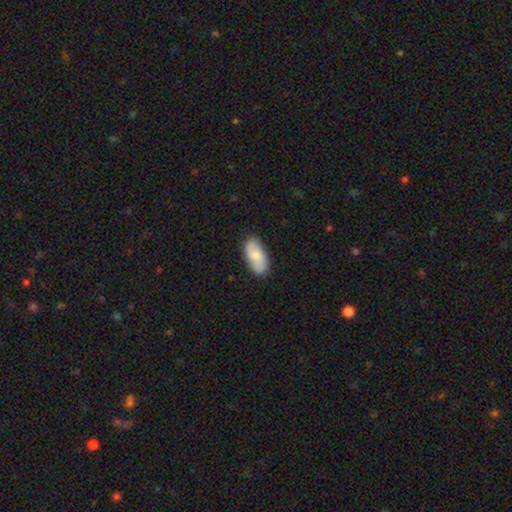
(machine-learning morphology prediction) smooth-or-featured: smooth: 72% | featured or disk: 22% | star or artifact: 6%
  how-rounded: in between: 92% | cigar-shaped: 6% | round: 2%
  merging: none: 82% | minor disturbance: 14% | major disturbance: 3% | merger: 1%